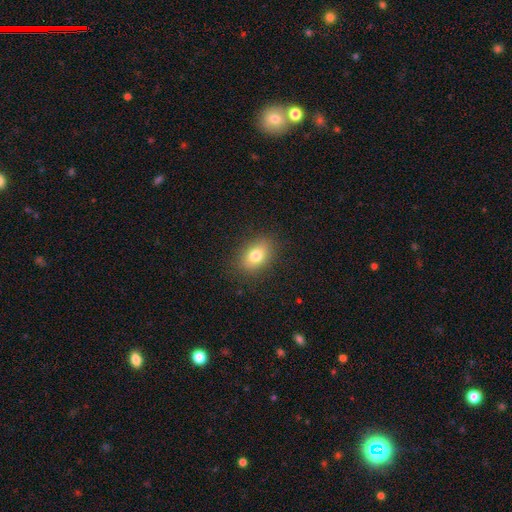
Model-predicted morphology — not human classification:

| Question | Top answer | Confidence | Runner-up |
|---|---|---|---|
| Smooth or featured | smooth | 78% | featured or disk (11%) |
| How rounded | in between | 78% | round (20%) |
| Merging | none | 87% | minor disturbance (9%) |